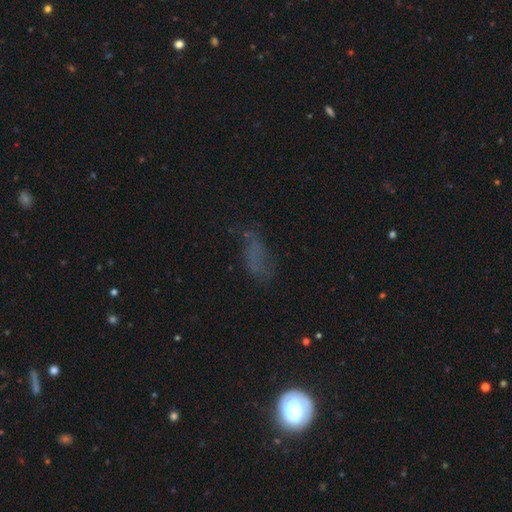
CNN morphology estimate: smooth-or-featured: smooth: 44% | featured or disk: 30% | star or artifact: 26%
  merging: none: 50% | minor disturbance: 23% | major disturbance: 23% | merger: 4%